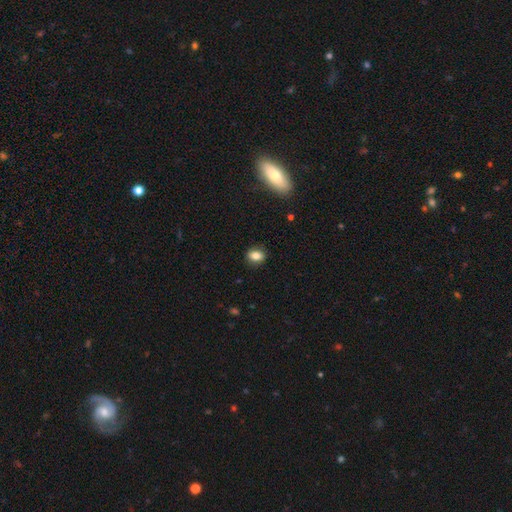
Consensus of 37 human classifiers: Smooth or featured: smooth — 86% (featured or disk — 8%)
How rounded: round — 53% (in between — 47%)
Merging: none — 91% (minor disturbance — 9%)